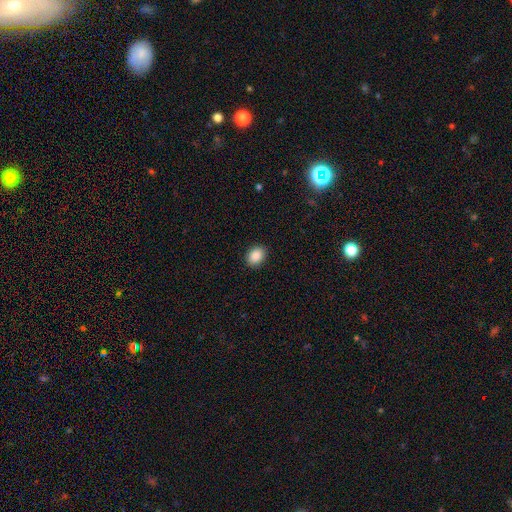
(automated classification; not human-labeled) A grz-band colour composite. It shows a smooth galaxy with no disk features (89%) that is in between round and cigar-shaped (66%). Merging: none (90%).